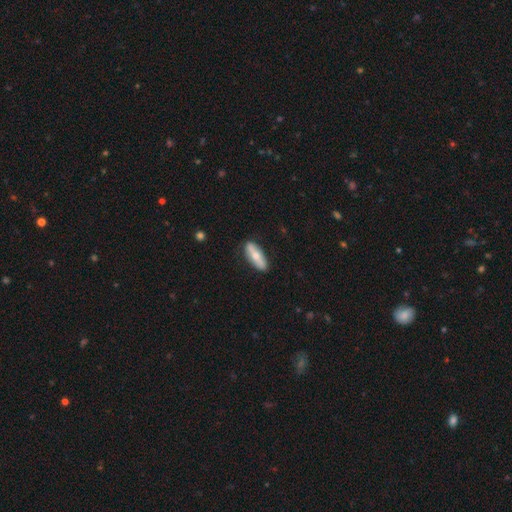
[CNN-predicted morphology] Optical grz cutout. It shows a smooth galaxy with no disk features (55%) that is in between round and cigar-shaped (56%). Merging: none (86%).